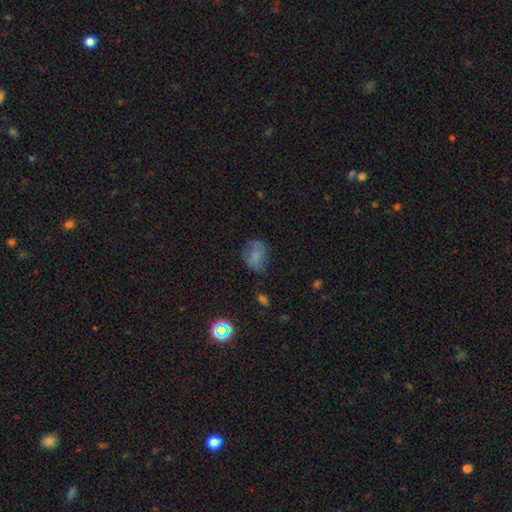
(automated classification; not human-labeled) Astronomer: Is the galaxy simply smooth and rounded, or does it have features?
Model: smooth — 66%.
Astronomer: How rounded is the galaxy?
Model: in between — 61% (runner-up: round, 37%).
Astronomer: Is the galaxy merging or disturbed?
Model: none — 58%.